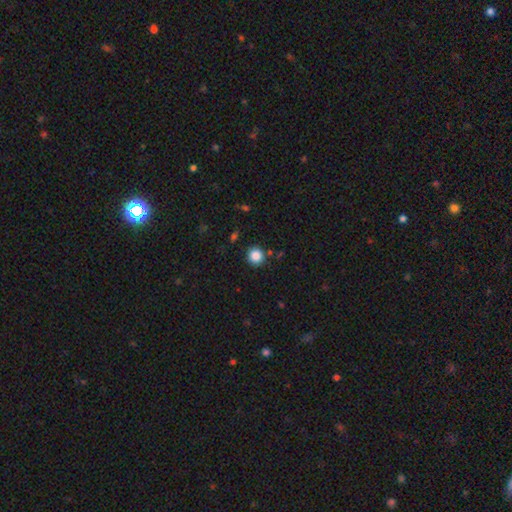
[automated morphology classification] Smooth or featured? Predicted: smooth (p=0.86). How rounded? Predicted: round (p=0.93). Merging? Predicted: none (p=0.88).